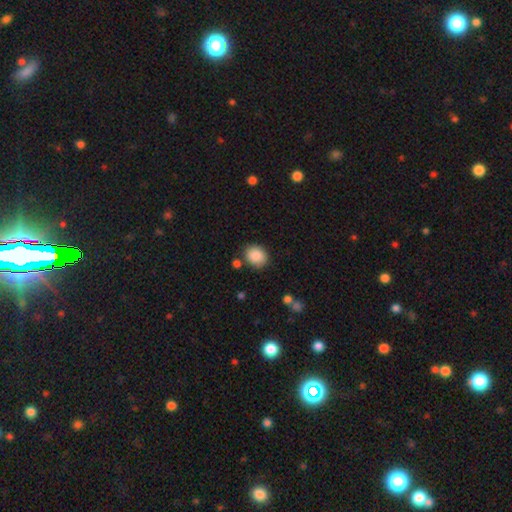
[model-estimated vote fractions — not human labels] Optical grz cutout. It shows a smooth galaxy with no disk features (88%) that is round (64%). Merging: none (81%).